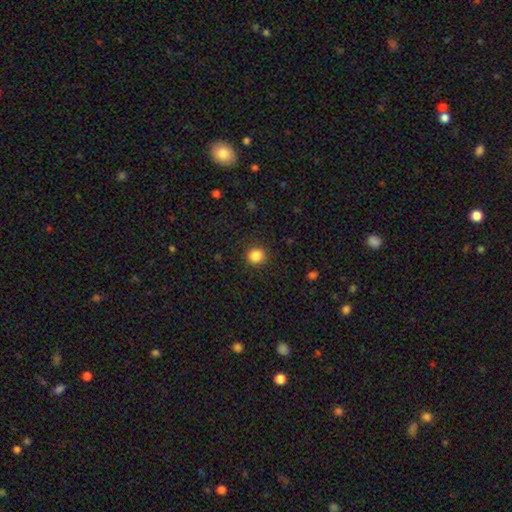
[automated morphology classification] smooth 86%, star or artifact 10%, featured or disk 3%. Down the decision tree: how rounded — round (90%); merging — none (90%).